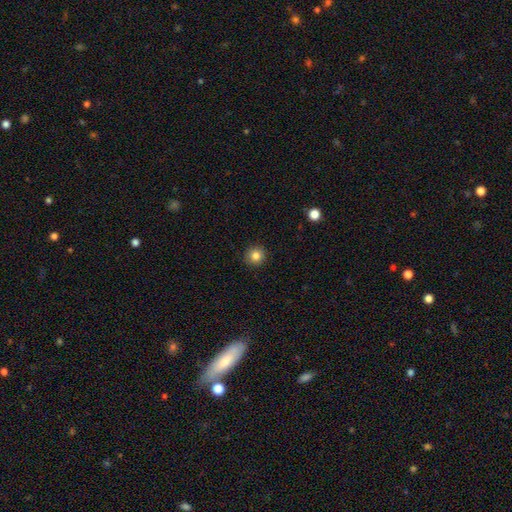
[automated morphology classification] Smooth or featured?
  - smooth: 83% *
  - star or artifact: 11%
  - featured or disk: 6%
How rounded?
  - round: 94% *
  - in between: 5%
  - cigar-shaped: 1%
Merging?
  - none: 92% *
  - minor disturbance: 5%
  - major disturbance: 2%
  - merger: 1%